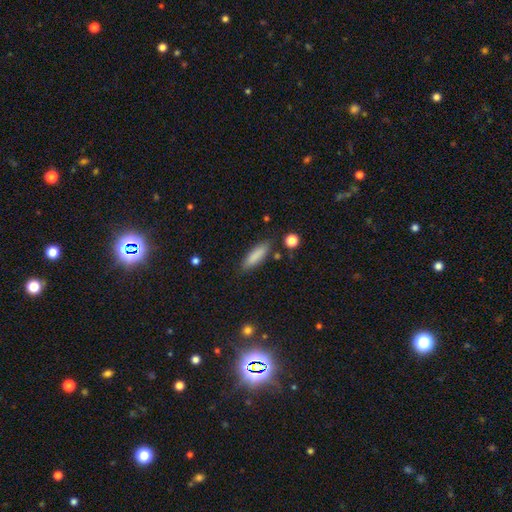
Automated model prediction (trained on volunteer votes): smooth_or_featured: smooth (p=0.84) [alt: featured or disk p=0.09]
how_rounded: cigar-shaped (p=0.61) [alt: in between p=0.37]
merging: none (p=0.83) [alt: minor disturbance p=0.12]